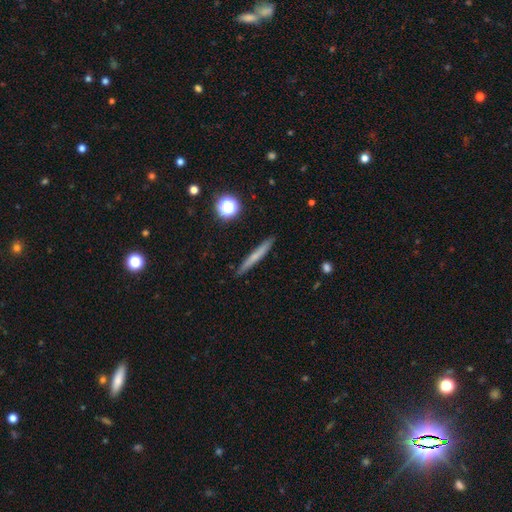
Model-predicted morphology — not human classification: Smooth or featured: smooth — 59% (featured or disk — 32%)
How rounded: cigar-shaped — 95% (in between — 3%)
Merging: none — 90% (minor disturbance — 7%)